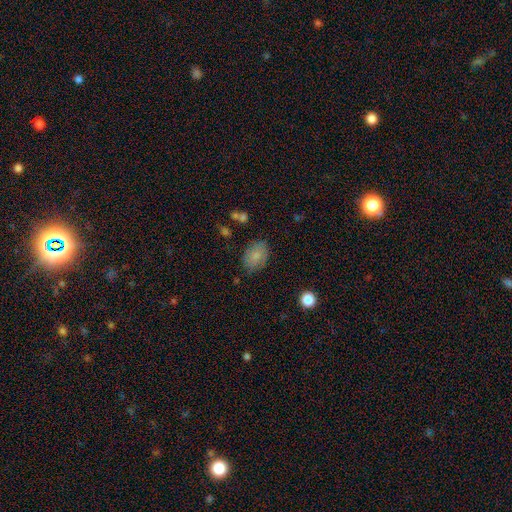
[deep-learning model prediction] This appears to be a smooth galaxy with no disk features (74%) that is in between round and cigar-shaped (79%). Merging: none (75%).